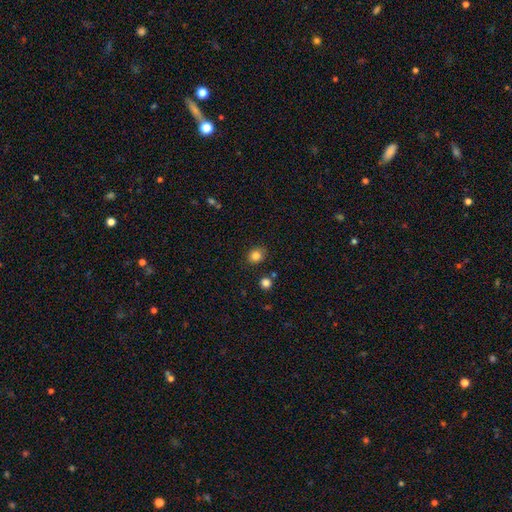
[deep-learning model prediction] Smooth or featured: smooth — 84% (star or artifact — 11%)
How rounded: round — 68% (in between — 32%)
Merging: none — 84% (minor disturbance — 10%)